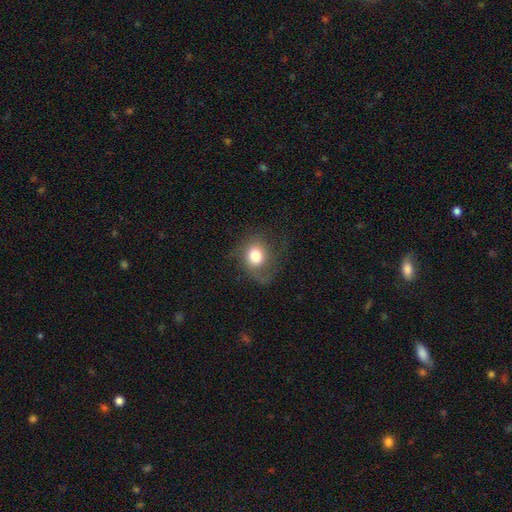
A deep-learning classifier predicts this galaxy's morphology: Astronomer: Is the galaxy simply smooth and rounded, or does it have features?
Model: smooth — 67%.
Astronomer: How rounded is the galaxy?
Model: round — 65%.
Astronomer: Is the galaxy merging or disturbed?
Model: none — 54%.